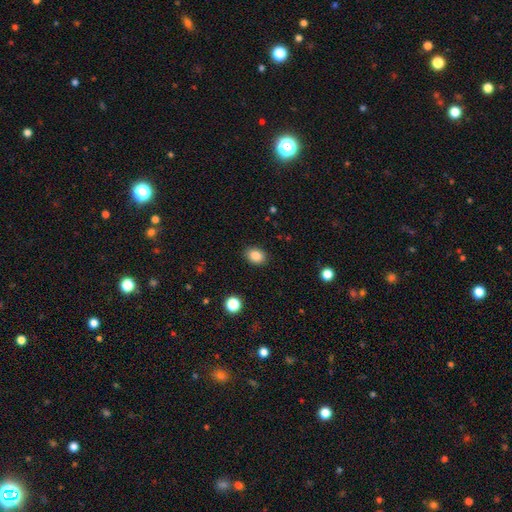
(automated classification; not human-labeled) Smooth or featured? smooth (86%)
How rounded? in between (65%)
Merging? none (88%)